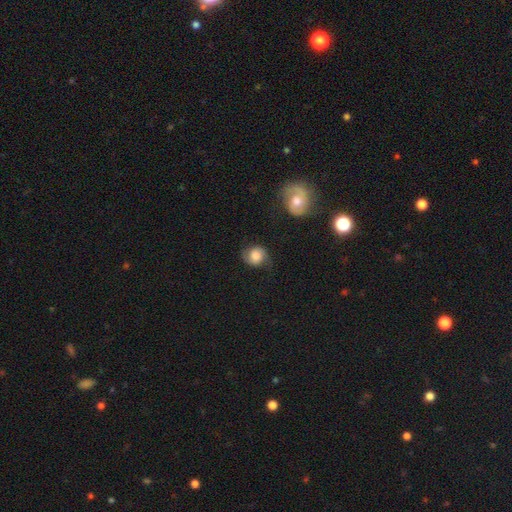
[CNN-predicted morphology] This appears to be a smooth galaxy with no disk features (52%) that is round (76%). Merging: none (61%).